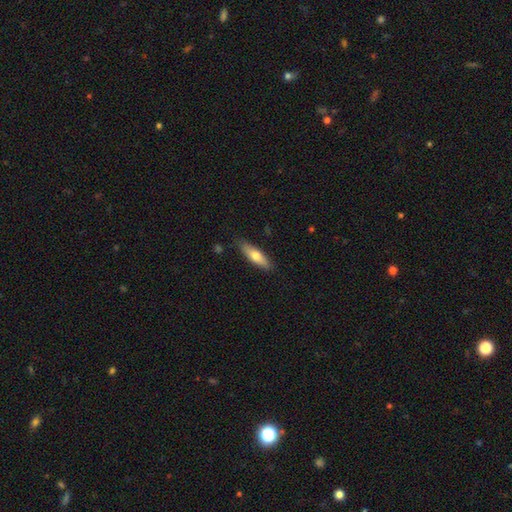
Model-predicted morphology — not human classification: Smooth or featured?
  - smooth: 65% *
  - featured or disk: 29%
  - star or artifact: 6%
How rounded?
  - cigar-shaped: 55% *
  - in between: 43%
  - round: 2%
Merging?
  - none: 85% *
  - minor disturbance: 12%
  - major disturbance: 2%
  - merger: 1%